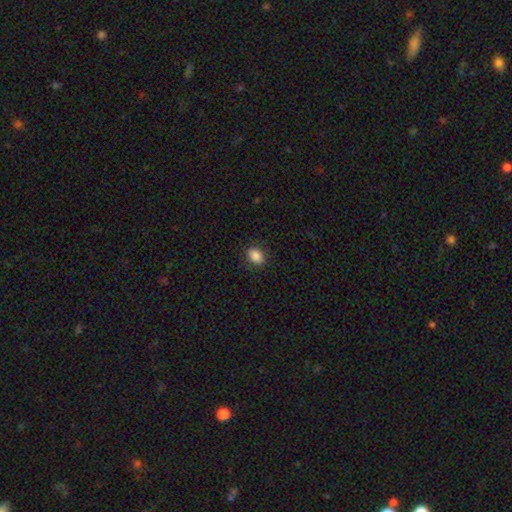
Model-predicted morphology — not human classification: This appears to be a smooth galaxy with no disk features (87%) that is in between round and cigar-shaped (67%). Merging: none (87%).